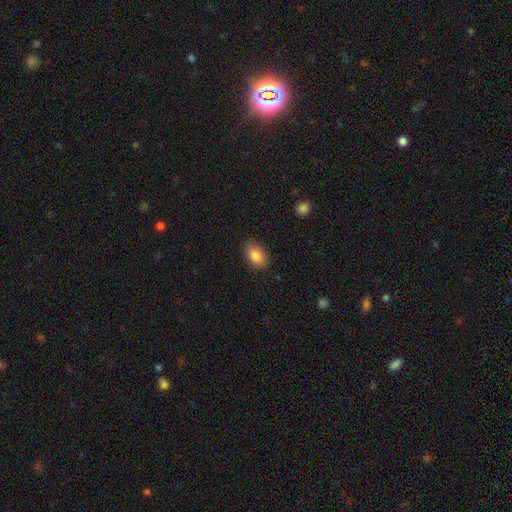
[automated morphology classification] Smooth or featured? Predicted: smooth (p=0.83). How rounded? Predicted: in between (p=0.87). Merging? Predicted: none (p=0.86).